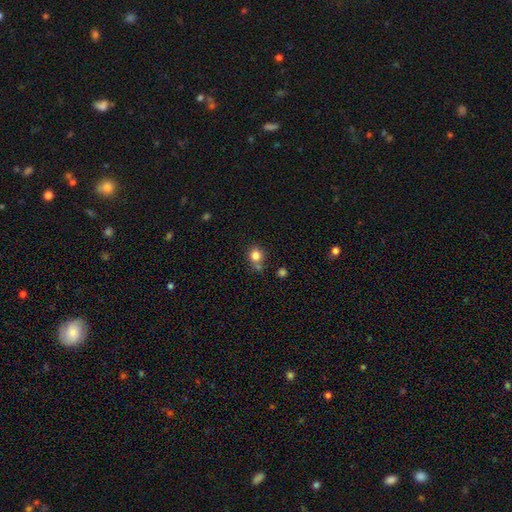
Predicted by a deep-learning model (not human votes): Smooth or featured? Predicted: smooth (p=0.82). How rounded? Predicted: round (p=0.84). Merging? Predicted: none (p=0.65).